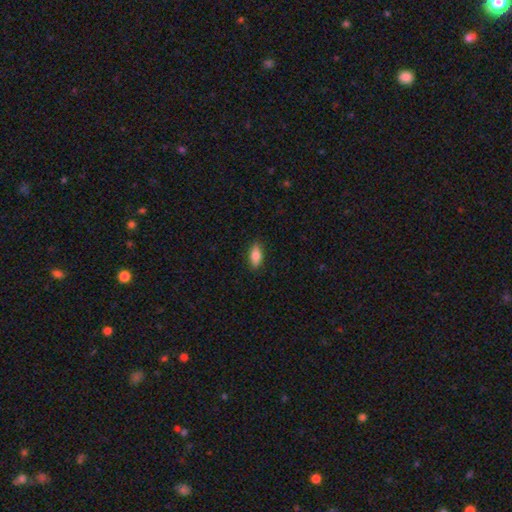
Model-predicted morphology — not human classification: The model was most divided on "smooth or featured": smooth: 80%, featured or disk: 13%, star or artifact: 7%. More confident: merging — none (88%); how rounded — in between (84%).